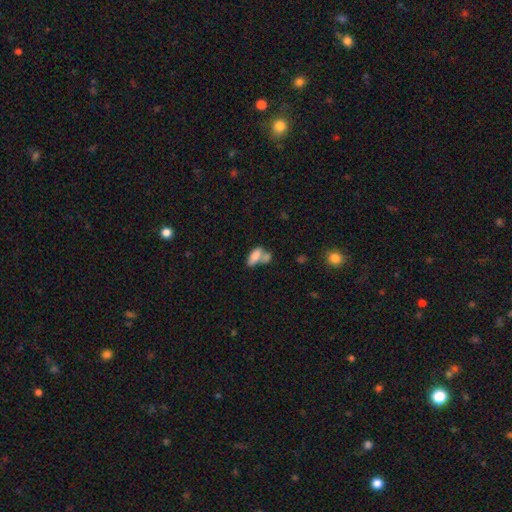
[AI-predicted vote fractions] Q: Smooth or featured?
A: smooth (77%); runner-up: featured or disk (14%)
Q: How rounded?
A: in between (87%); runner-up: cigar-shaped (9%)
Q: Merging?
A: merger (54%); runner-up: none (26%)